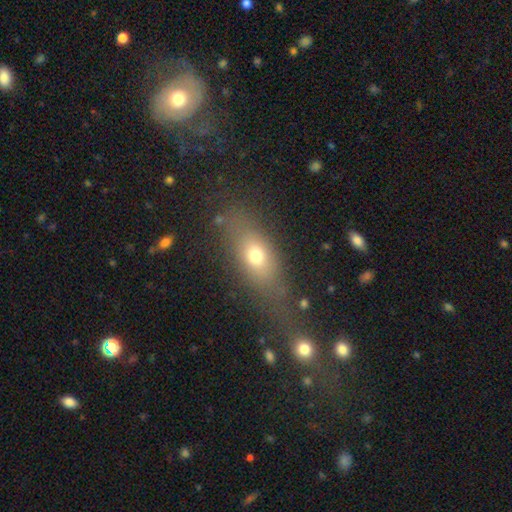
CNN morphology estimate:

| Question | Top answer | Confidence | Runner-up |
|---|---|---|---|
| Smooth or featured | smooth | 68% | featured or disk (20%) |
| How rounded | in between | 63% | cigar-shaped (21%) |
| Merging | none | 56% | minor disturbance (17%) |